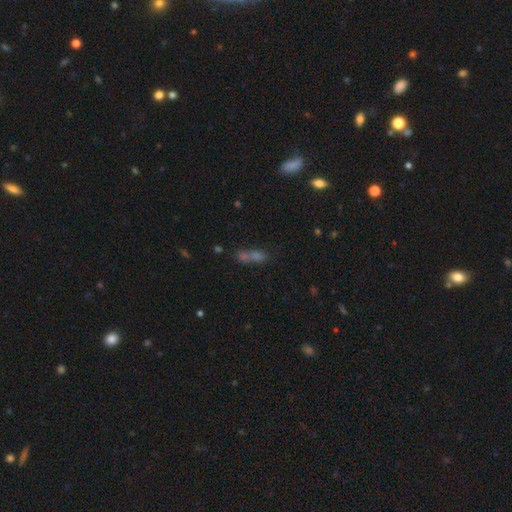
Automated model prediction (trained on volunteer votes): Q: Smooth or featured?
A: smooth (56%); runner-up: star or artifact (29%)
Q: How rounded?
A: in between (55%); runner-up: cigar-shaped (23%)
Q: Merging?
A: merger (42%); runner-up: none (40%)